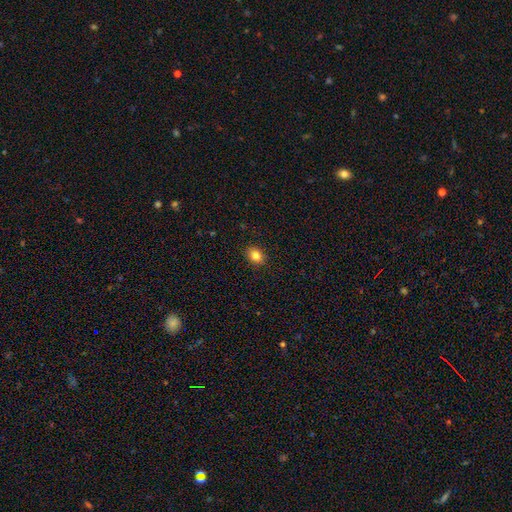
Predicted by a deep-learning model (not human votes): smooth-or-featured: smooth: 83% | star or artifact: 10% | featured or disk: 7%
  how-rounded: in between: 56% | round: 42% | cigar-shaped: 1%
  merging: none: 90% | minor disturbance: 7% | major disturbance: 2% | merger: 1%